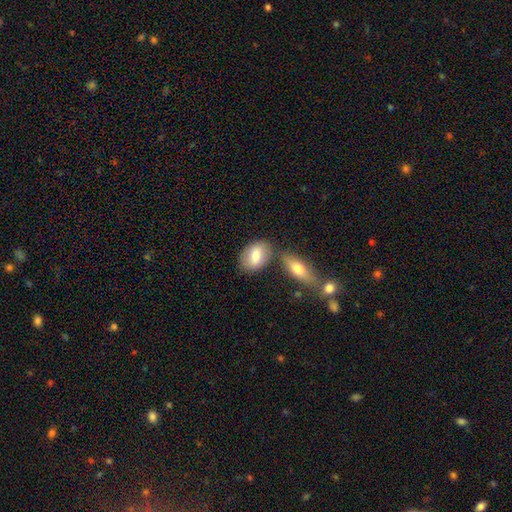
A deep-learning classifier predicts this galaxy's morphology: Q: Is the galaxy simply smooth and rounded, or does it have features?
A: smooth — 75%.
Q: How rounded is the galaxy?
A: in between — 82%.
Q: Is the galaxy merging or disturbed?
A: none — 63%.